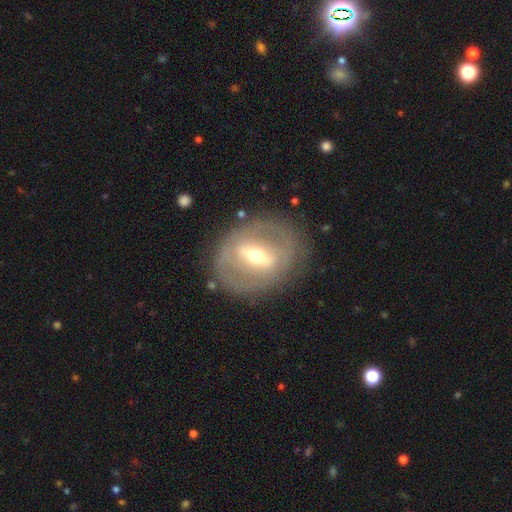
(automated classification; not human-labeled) Smooth or featured? featured or disk (73%)
Edge-on disk? no (88%)
Bar? strong (61%)
Spiral arms? no (62%)
Bulge size? moderate (63%)
Merging? none (77%)